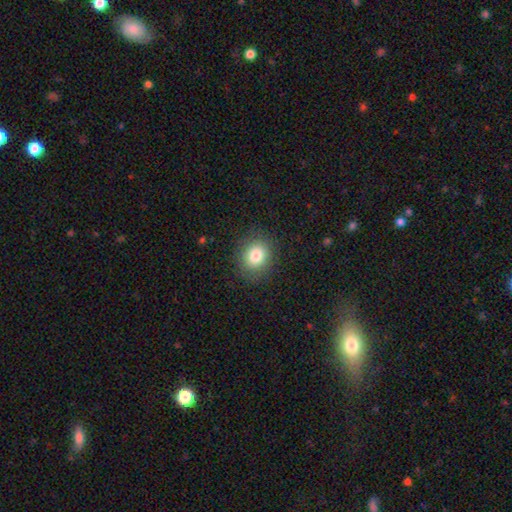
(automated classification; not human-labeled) This is clearly a smooth galaxy (81%). How rounded: likely round (69%). Merging: clearly none (86%).